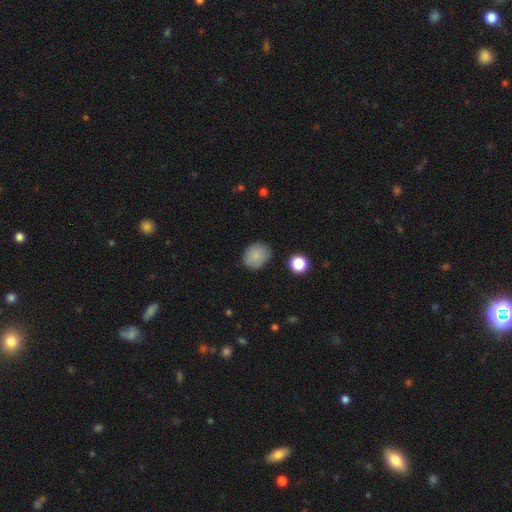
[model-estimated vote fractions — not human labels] Morphology: type=smooth (86%); roundness=round (61%); merging=none (83%).